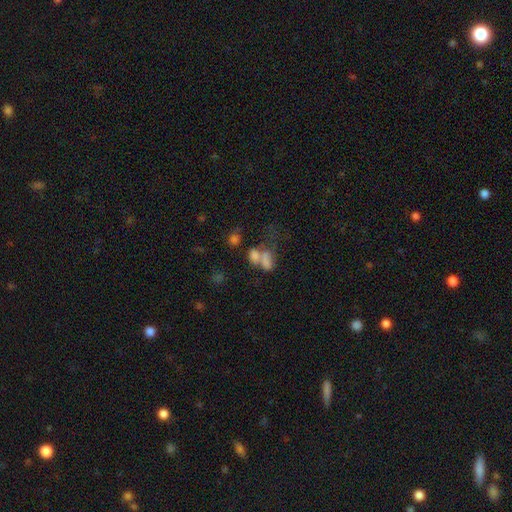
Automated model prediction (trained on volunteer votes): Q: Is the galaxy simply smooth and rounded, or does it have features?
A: smooth — 68%.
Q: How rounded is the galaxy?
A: in between — 71%.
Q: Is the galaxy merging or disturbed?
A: merger — 57%.